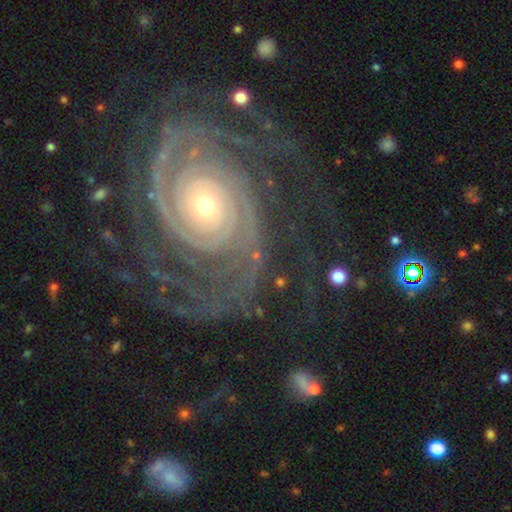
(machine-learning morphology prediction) A featured or disk galaxy (82%) with no bar (76%), 2 (31%) tight (81%) spiral arms (95%) and a small central bulge (50%).

Vote fractions:
- Smooth or featured? featured or disk: 82% / star or artifact: 11% / smooth: 8%
- Edge-on disk? no: 97% / yes: 3%
- Bar? no: 76% / weak: 14% / strong: 10%
- Spiral arms? yes: 95% / no: 5%
- Spiral winding? tight: 81% / medium: 14% / loose: 5%
- Spiral arm count? 2: 31% / can't tell: 21% / 3: 15% / 4: 12% / more than 4: 12% / 1: 10%
- Bulge size? small: 50% / moderate: 43% / large: 4% / dominant: 2% / none: 1%
- Merging? none: 72% / minor disturbance: 13% / major disturbance: 12% / merger: 3%